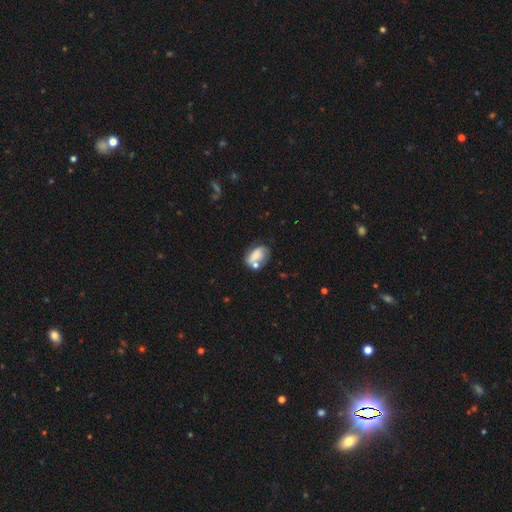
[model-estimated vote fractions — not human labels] Smooth or featured? Predicted: smooth (p=0.62). How rounded? Predicted: in between (p=0.82). Merging? Predicted: none (p=0.40).